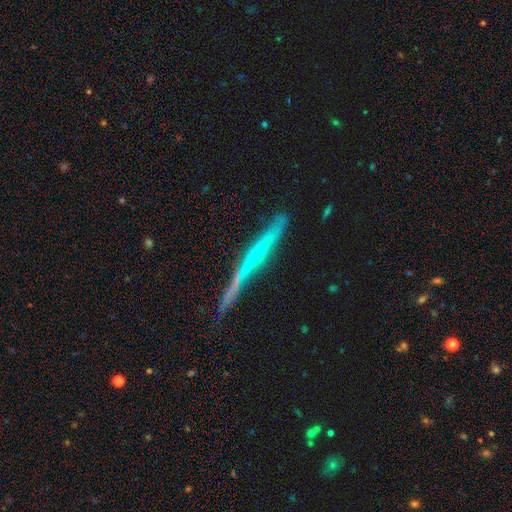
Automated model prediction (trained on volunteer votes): smooth-or-featured: featured or disk: 70% | smooth: 22% | star or artifact: 8%
  disk-edge-on: yes: 91% | no: 9%
    edge-on-bulge: none: 52% | rounded: 41% | boxy: 7%
  merging: none: 63% | minor disturbance: 18% | merger: 13% | major disturbance: 6%